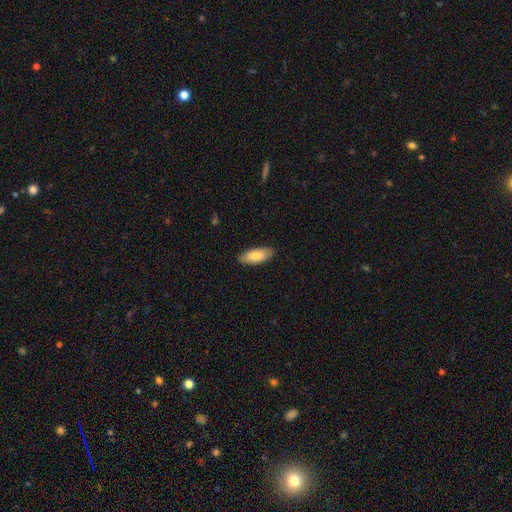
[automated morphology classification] Smooth or featured?
  - smooth: 77% *
  - featured or disk: 17%
  - star or artifact: 5%
How rounded?
  - in between: 81% *
  - cigar-shaped: 17%
  - round: 2%
Merging?
  - none: 86% *
  - minor disturbance: 11%
  - major disturbance: 2%
  - merger: 1%